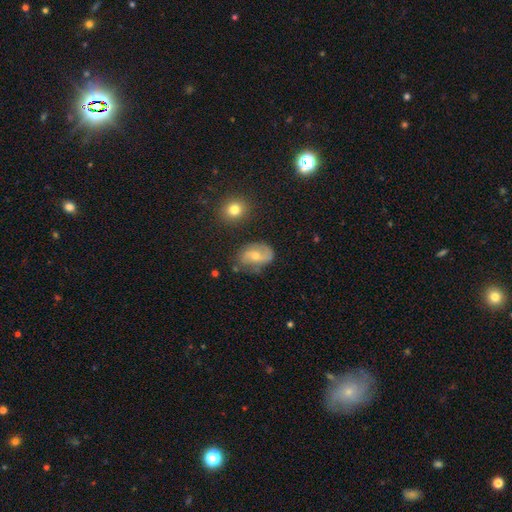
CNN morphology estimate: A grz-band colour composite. It shows a featured or disk galaxy (61%) with no bar (46%), 2 (84%) loose (46%) spiral arms (85%) and a moderate central bulge (52%). Merging: none (66%).